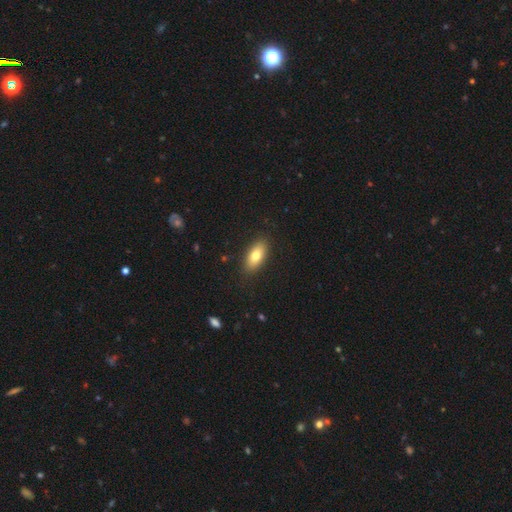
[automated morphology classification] A smooth galaxy with no disk features (76%) that is in between round and cigar-shaped (87%). Merging: none (87%).